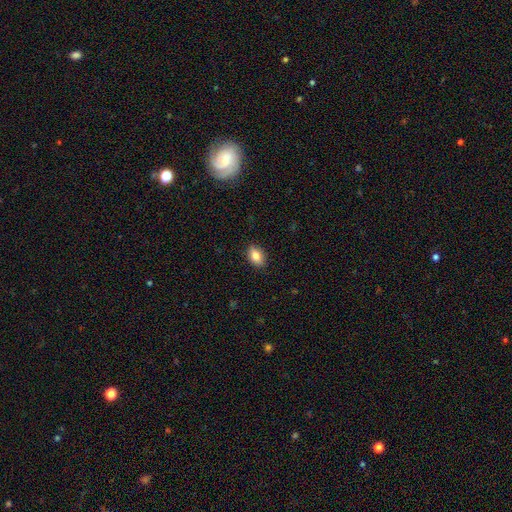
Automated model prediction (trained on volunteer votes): Q: Smooth or featured?
A: smooth (81%); runner-up: featured or disk (10%)
Q: How rounded?
A: in between (85%); runner-up: round (12%)
Q: Merging?
A: none (86%); runner-up: minor disturbance (11%)